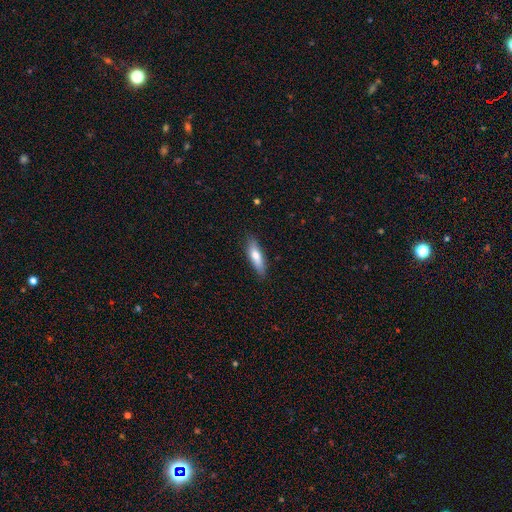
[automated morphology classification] Smooth or featured? smooth (73%)
How rounded? cigar-shaped (60%)
Merging? none (84%)